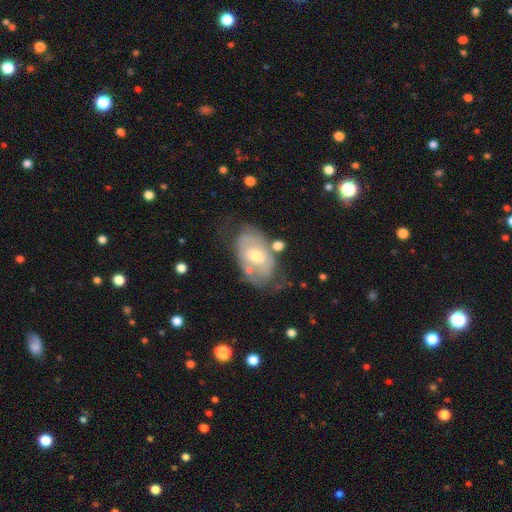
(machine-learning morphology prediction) This is likely a featured or disk galaxy (65%). It is clearly not viewed edge-on (94%). Bar: possibly no (59%). Spiral arm pattern: likely yes (63%). Central bulge: possibly moderate (56%). Merging: possibly none (57%).